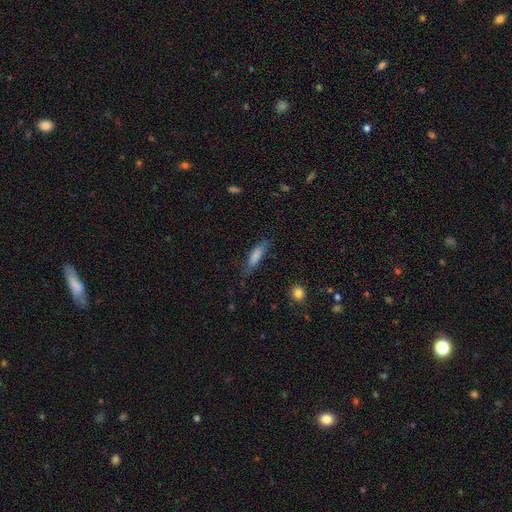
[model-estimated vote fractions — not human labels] This appears to be a smooth galaxy with no disk features (80%) that is cigar-shaped (54%). Merging: none (69%).